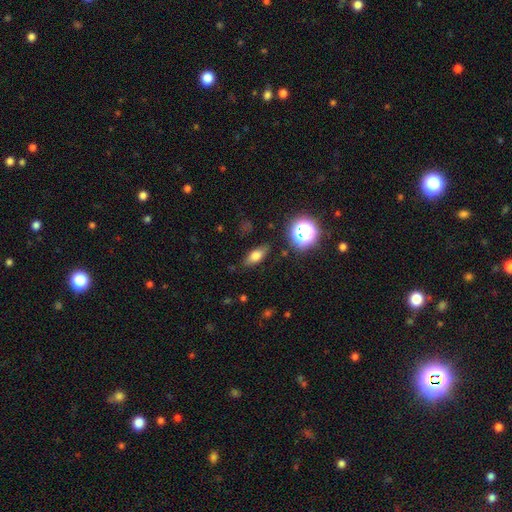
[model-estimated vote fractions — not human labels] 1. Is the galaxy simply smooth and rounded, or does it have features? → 68% smooth, 18% featured or disk, 14% star or artifact.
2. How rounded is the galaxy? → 71% in between, 19% cigar-shaped, 10% round.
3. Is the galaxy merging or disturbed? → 83% none, 11% minor disturbance, 3% major disturbance, 2% merger.